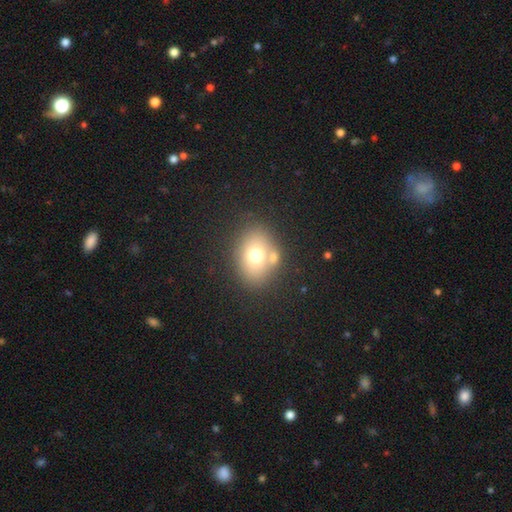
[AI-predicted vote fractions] Overall: smooth (69%). How rounded: in between (61%; round 38%). Merging: none (63%).